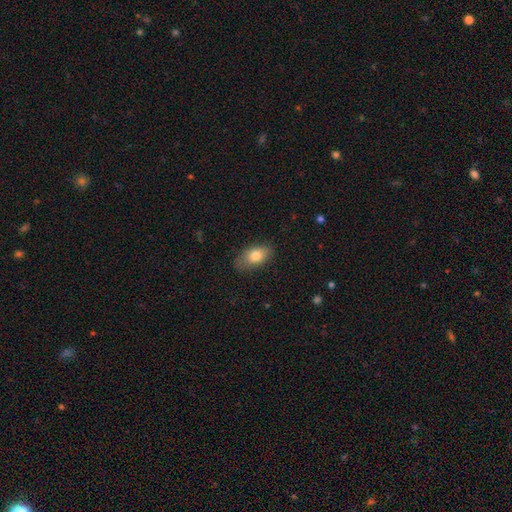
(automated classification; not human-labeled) smooth-or-featured: smooth: 79% | featured or disk: 13% | star or artifact: 8%
  how-rounded: in between: 88% | round: 8% | cigar-shaped: 3%
  merging: none: 76% | minor disturbance: 18% | major disturbance: 4% | merger: 1%